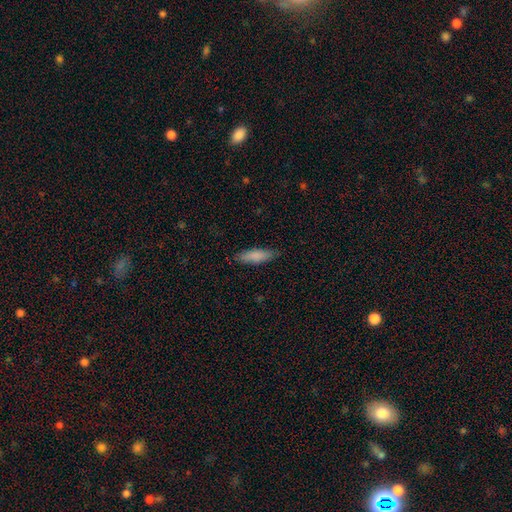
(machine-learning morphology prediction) Q: Smooth or featured?
A: smooth (84%); runner-up: featured or disk (10%)
Q: How rounded?
A: cigar-shaped (55%); runner-up: in between (44%)
Q: Merging?
A: none (84%); runner-up: minor disturbance (13%)